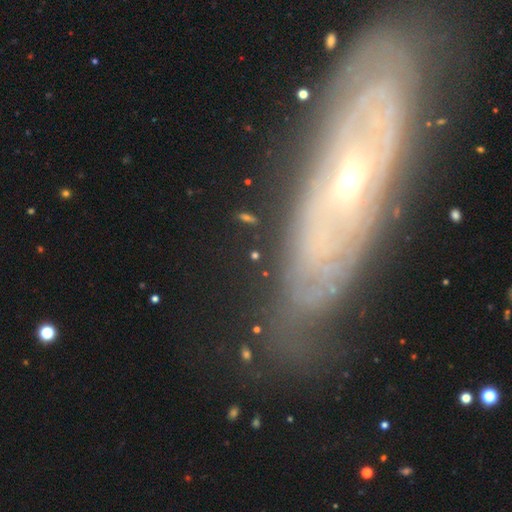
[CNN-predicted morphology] Smooth or featured? Predicted: featured or disk (p=0.43). Merging? Predicted: none (p=0.73).